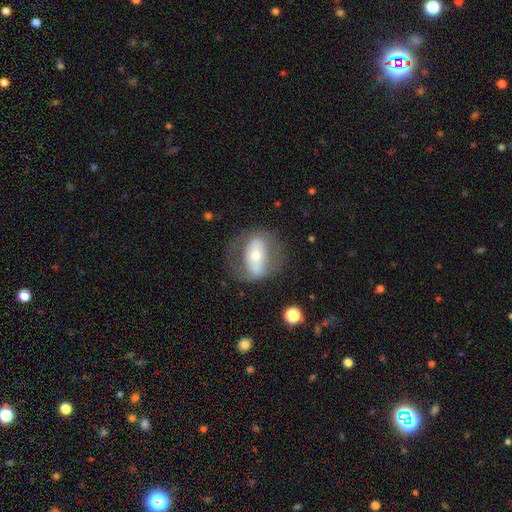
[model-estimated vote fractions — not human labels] Smooth or featured?
  - featured or disk: 57% *
  - smooth: 36%
  - star or artifact: 7%
Edge-on disk?
  - no: 90% *
  - yes: 10%
Bar?
  - no: 42% *
  - strong: 36%
  - weak: 22%
Spiral arms?
  - no: 67% *
  - yes: 33%
Bulge size?
  - moderate: 54% *
  - small: 36%
  - large: 7%
  - dominant: 2%
  - none: 1%
Merging?
  - none: 61% *
  - minor disturbance: 18%
  - major disturbance: 17%
  - merger: 3%